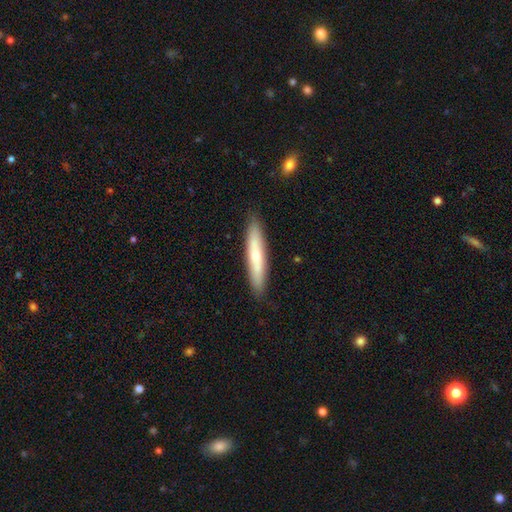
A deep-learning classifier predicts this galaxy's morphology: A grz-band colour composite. It shows a smooth galaxy with no disk features (53%) that is cigar-shaped (88%). Merging: none (89%).